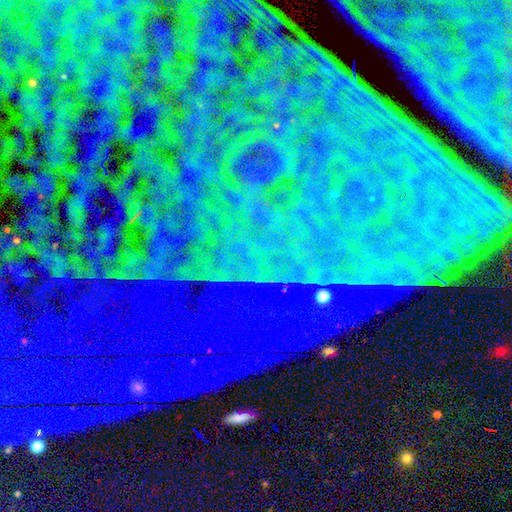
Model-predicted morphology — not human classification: Overall: star or artifact (86%).